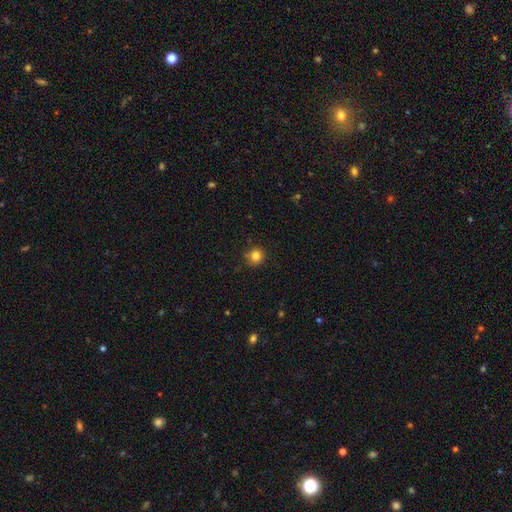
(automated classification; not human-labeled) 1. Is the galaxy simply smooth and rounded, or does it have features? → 82% smooth, 12% star or artifact, 5% featured or disk.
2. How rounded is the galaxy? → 92% round, 7% in between, 1% cigar-shaped.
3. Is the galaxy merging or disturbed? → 84% none, 12% minor disturbance, 2% major disturbance, 2% merger.